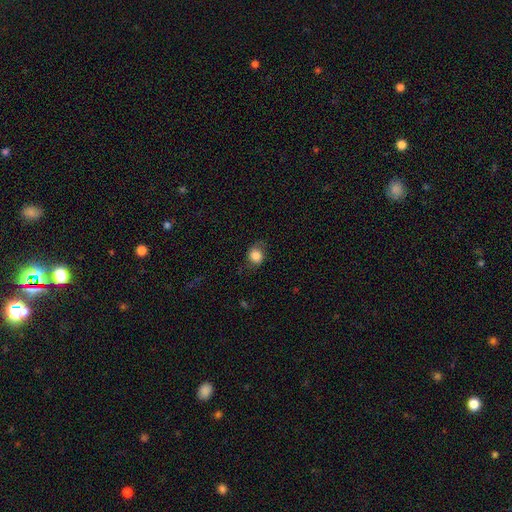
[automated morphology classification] This appears to be a smooth galaxy with no disk features (82%) that is round (64%). Merging: none (64%).